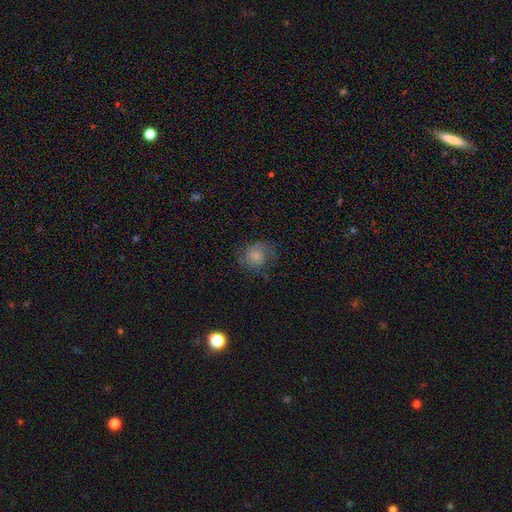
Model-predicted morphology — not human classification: Smooth or featured? smooth (61%)
How rounded? round (75%)
Merging? none (63%)